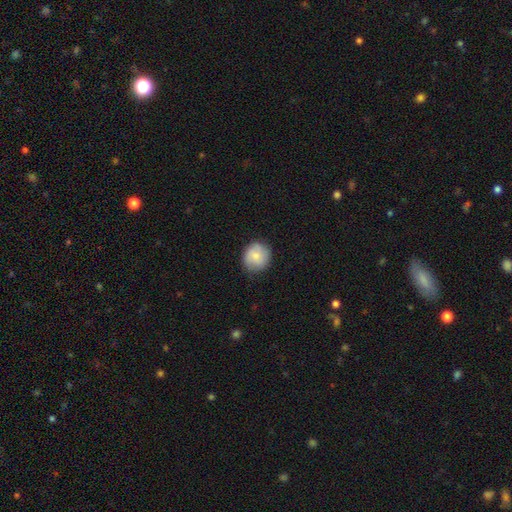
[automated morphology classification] Smooth or featured: smooth — 75% (featured or disk — 19%)
How rounded: round — 87% (in between — 12%)
Merging: none — 81% (minor disturbance — 15%)